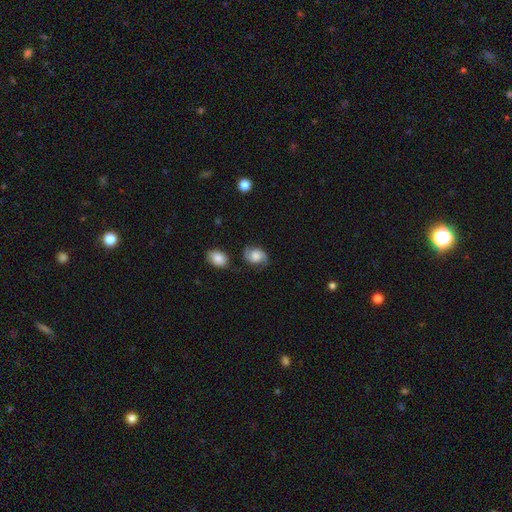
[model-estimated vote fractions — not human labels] Smooth or featured?
  - featured or disk: 63% *
  - smooth: 28%
  - star or artifact: 9%
Edge-on disk?
  - no: 97% *
  - yes: 3%
Bar?
  - no: 68% *
  - weak: 28%
  - strong: 5%
Spiral arms?
  - yes: 93% *
  - no: 7%
Spiral winding?
  - medium: 49% *
  - loose: 26%
  - tight: 25%
Spiral arm count?
  - 2: 91% *
  - can't tell: 4%
  - 1: 2%
  - 3: 1%
  - 4: 1%
  - more than 4: 1%
Bulge size?
  - large: 35% *
  - moderate: 30%
  - none: 16%
  - small: 13%
  - dominant: 6%
Merging?
  - none: 75% *
  - minor disturbance: 17%
  - major disturbance: 5%
  - merger: 3%